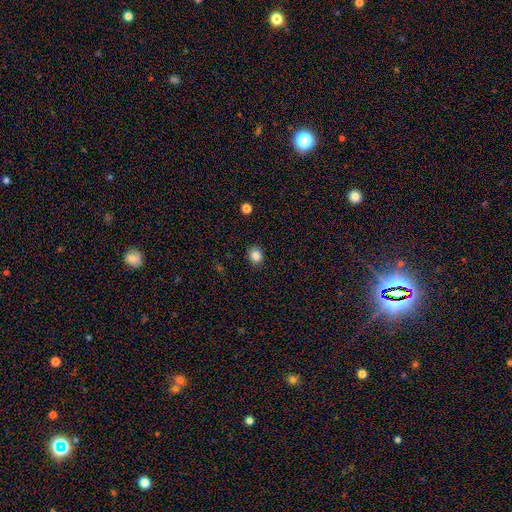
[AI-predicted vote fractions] A smooth galaxy with no disk features (85%) that is round (63%). Merging: none (88%).